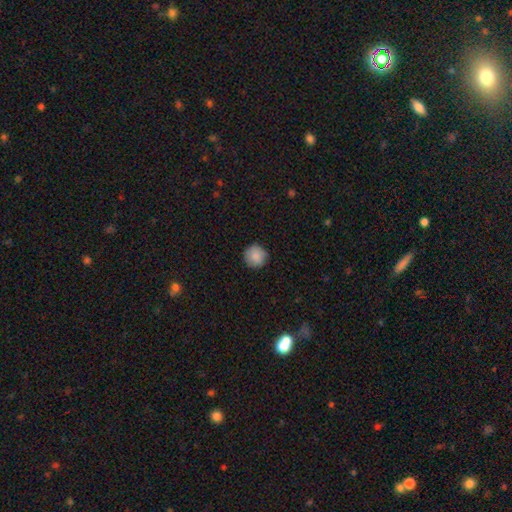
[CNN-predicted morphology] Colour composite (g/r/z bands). It shows a smooth galaxy with no disk features (87%) that is round (94%). Merging: none (87%).